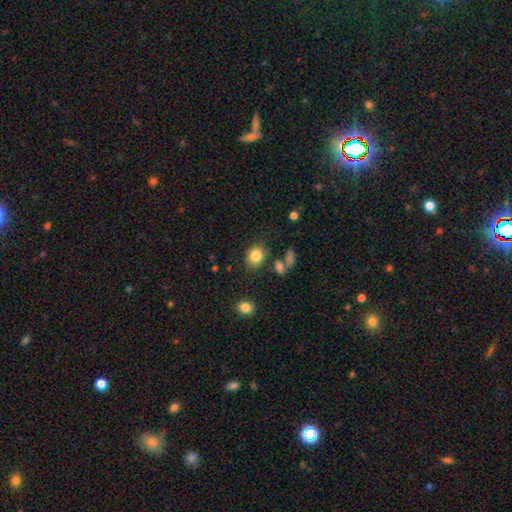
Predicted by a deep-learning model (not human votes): Smooth or featured?
  - smooth: 83% *
  - star or artifact: 10%
  - featured or disk: 7%
How rounded?
  - round: 54% *
  - in between: 45%
  - cigar-shaped: 1%
Merging?
  - none: 76% *
  - minor disturbance: 13%
  - merger: 6%
  - major disturbance: 5%